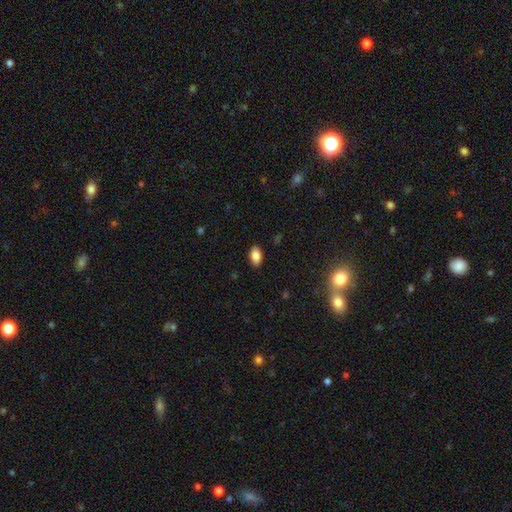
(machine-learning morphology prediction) Smooth or featured? Predicted: smooth (p=0.86). How rounded? Predicted: in between (p=0.93). Merging? Predicted: none (p=0.89).